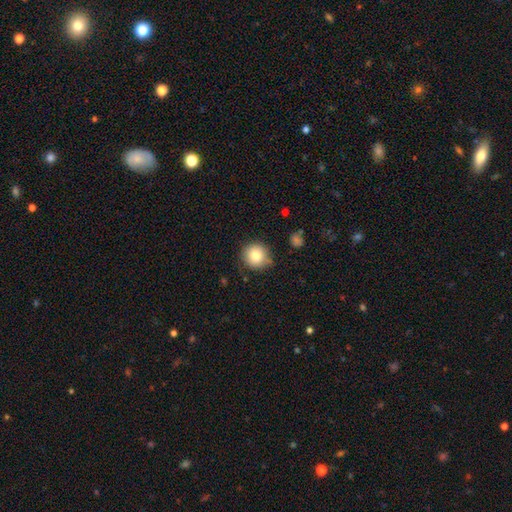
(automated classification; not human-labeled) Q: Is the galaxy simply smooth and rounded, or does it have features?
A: smooth — 81%.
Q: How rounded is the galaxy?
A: round — 94%.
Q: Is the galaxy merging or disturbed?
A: none — 80%.